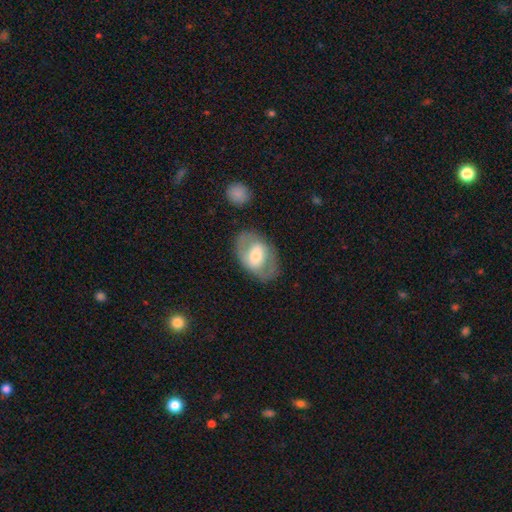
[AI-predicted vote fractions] A featured or disk galaxy (52%).

Vote fractions:
- Smooth or featured? featured or disk: 52% / smooth: 42% / star or artifact: 6%
- Edge-on disk? no: 93% / yes: 7%
- Merging? none: 76% / minor disturbance: 14% / major disturbance: 7% / merger: 2%